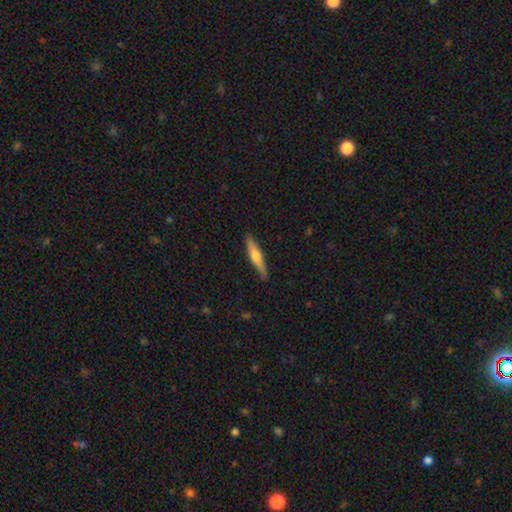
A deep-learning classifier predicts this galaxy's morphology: This appears to be a smooth galaxy with no disk features (54%) that is cigar-shaped (86%). Merging: none (89%).